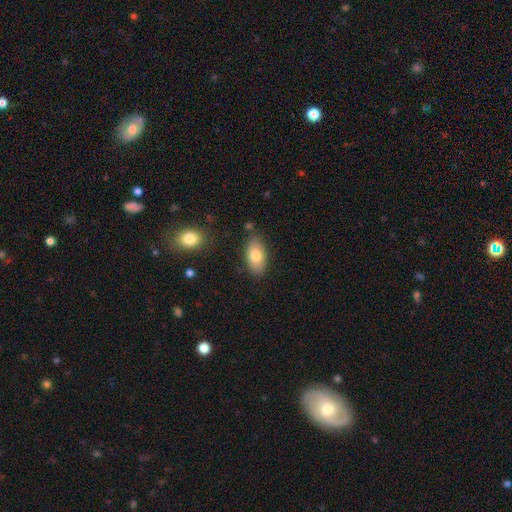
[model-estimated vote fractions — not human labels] smooth-or-featured: smooth: 77% | featured or disk: 16% | star or artifact: 7%
  how-rounded: in between: 92% | round: 5% | cigar-shaped: 3%
  merging: none: 81% | minor disturbance: 13% | major disturbance: 3% | merger: 3%